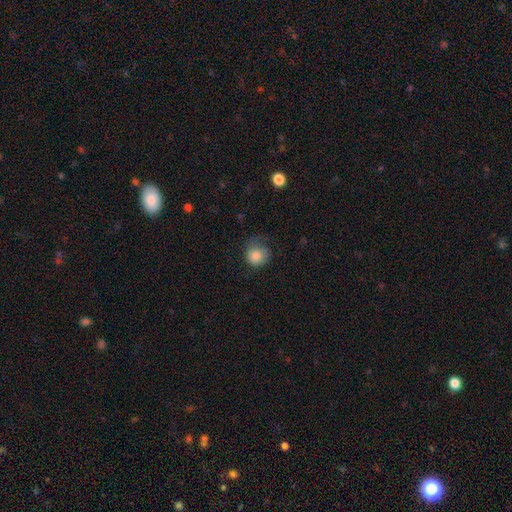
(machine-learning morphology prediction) type=smooth (83%); roundness=round (86%); merging=none (49%).